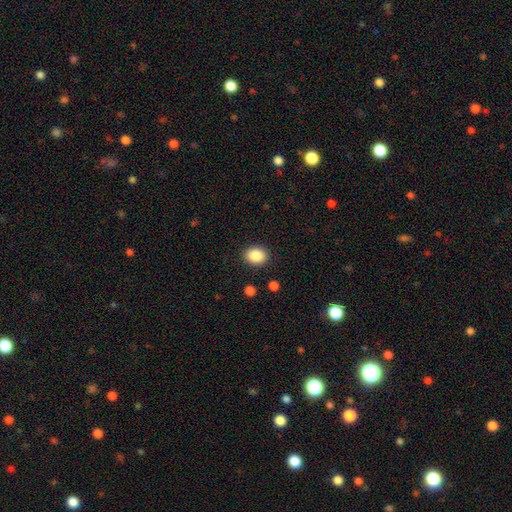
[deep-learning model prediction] Morphology: type=smooth (87%); roundness=in between (59%); merging=none (89%).